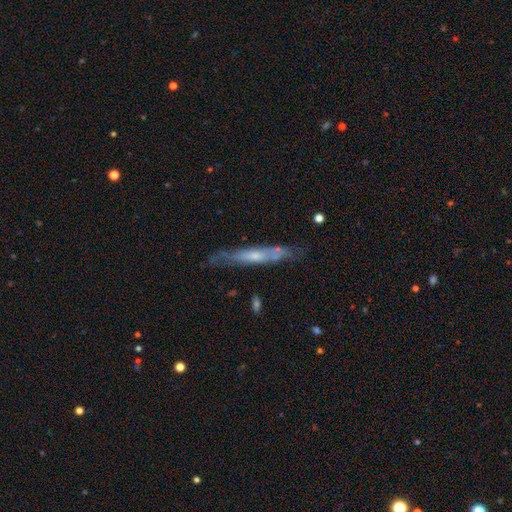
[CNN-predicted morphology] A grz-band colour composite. It shows a featured or disk galaxy (60%) viewed edge-on (72%). Merging: none (66%).